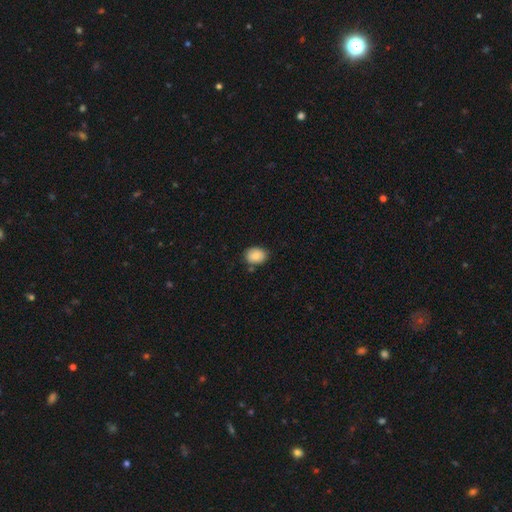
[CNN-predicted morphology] smooth_or_featured: smooth (p=0.86) [alt: star or artifact p=0.08]
how_rounded: in between (p=0.55) [alt: round p=0.44]
merging: none (p=0.76) [alt: minor disturbance p=0.17]